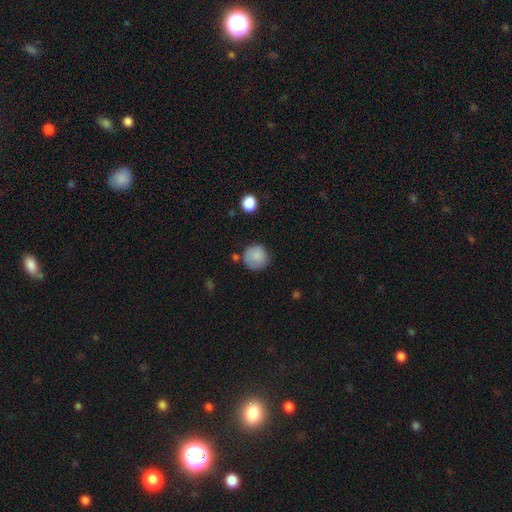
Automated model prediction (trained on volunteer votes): Smooth or featured?
  - smooth: 85% *
  - star or artifact: 8%
  - featured or disk: 7%
How rounded?
  - round: 93% *
  - in between: 6%
  - cigar-shaped: 1%
Merging?
  - none: 76% *
  - minor disturbance: 17%
  - major disturbance: 4%
  - merger: 4%